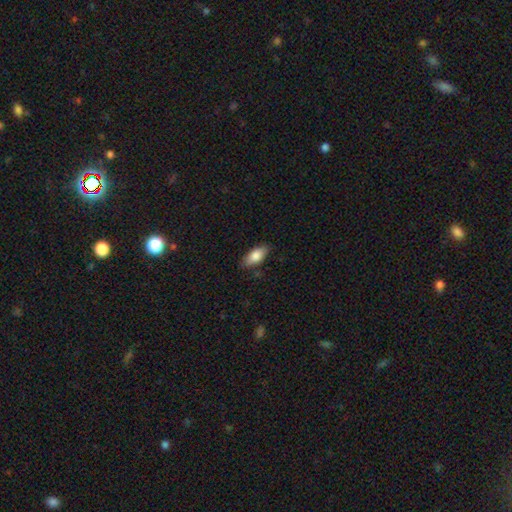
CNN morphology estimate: smooth_or_featured: smooth (p=0.81) [alt: featured or disk p=0.12]
how_rounded: in between (p=0.87) [alt: cigar-shaped p=0.10]
merging: none (p=0.83) [alt: minor disturbance p=0.13]